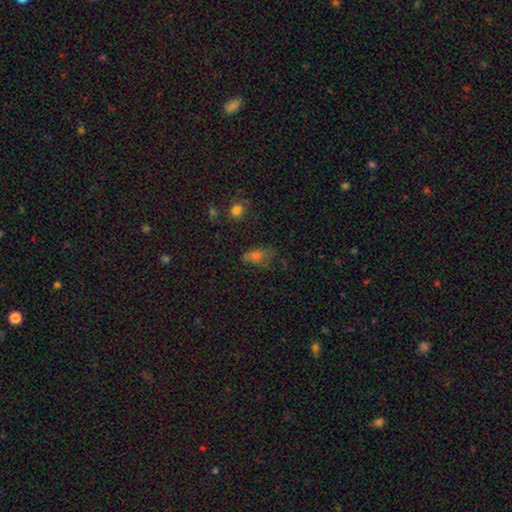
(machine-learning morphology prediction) smooth 70%, star or artifact 16%, featured or disk 14%. Down the decision tree: how rounded — in between (78%); merging — none (54%).